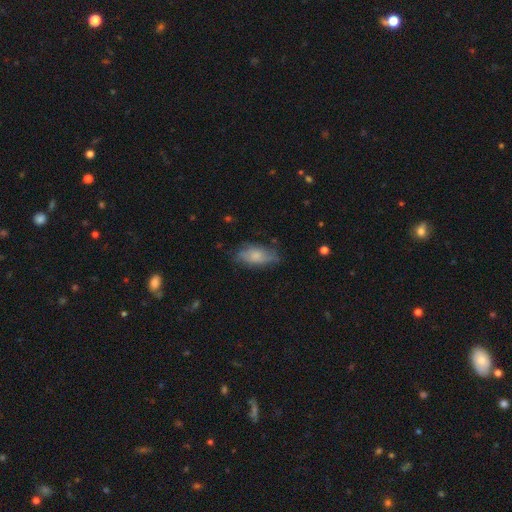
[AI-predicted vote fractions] Smooth or featured: smooth — 67% (featured or disk — 26%)
How rounded: in between — 83% (cigar-shaped — 13%)
Merging: none — 63% (minor disturbance — 27%)